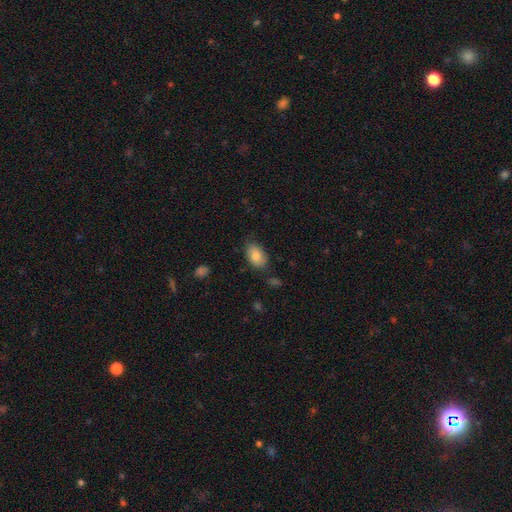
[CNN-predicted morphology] Smooth or featured: smooth — 84% (featured or disk — 10%)
How rounded: in between — 91% (round — 7%)
Merging: none — 78% (minor disturbance — 17%)